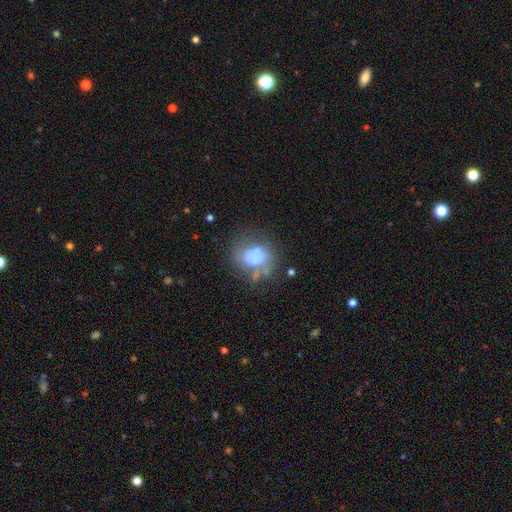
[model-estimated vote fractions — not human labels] This appears to be a smooth galaxy with no disk features (53%) that is round (52%). Merging: none (40%).